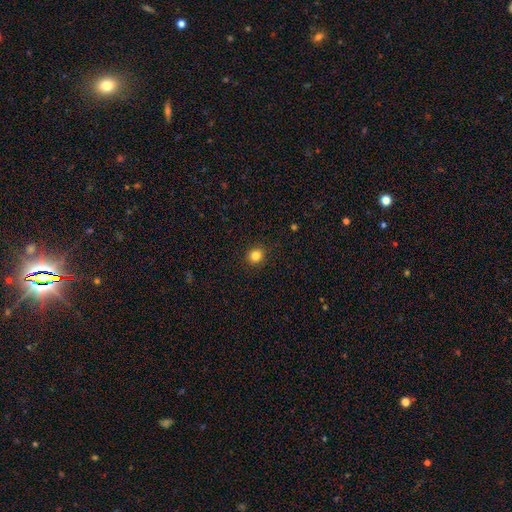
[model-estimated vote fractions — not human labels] Smooth or featured? Predicted: smooth (p=0.84). How rounded? Predicted: round (p=0.83). Merging? Predicted: none (p=0.91).